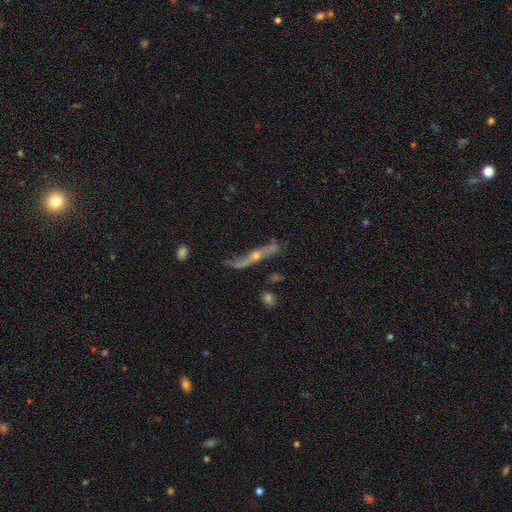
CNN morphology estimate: This appears to be a featured or disk galaxy (71%) viewed edge-on (76%) with a rounded central bulge (83%). Merging: none (59%).